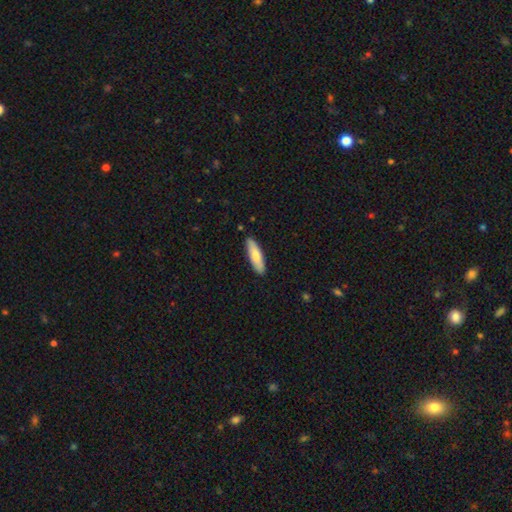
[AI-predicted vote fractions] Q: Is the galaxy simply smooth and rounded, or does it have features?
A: smooth — 79%.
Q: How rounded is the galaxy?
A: cigar-shaped — 60%.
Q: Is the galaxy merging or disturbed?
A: none — 88%.